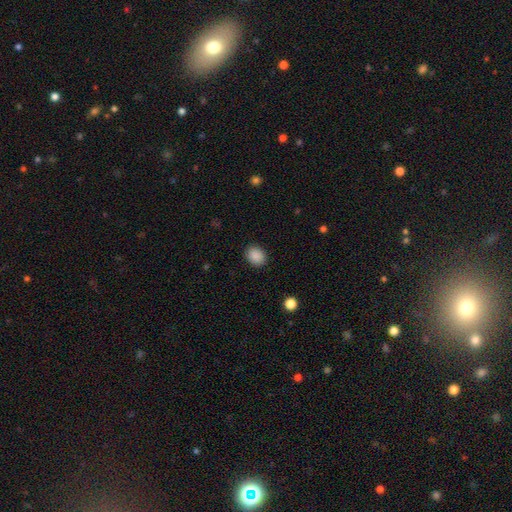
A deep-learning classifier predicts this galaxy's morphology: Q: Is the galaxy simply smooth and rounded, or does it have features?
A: smooth — 89%.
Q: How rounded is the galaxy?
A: round — 51%.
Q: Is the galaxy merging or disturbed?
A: none — 89%.